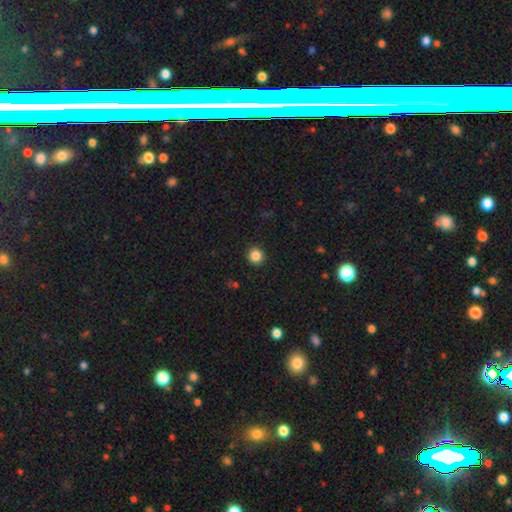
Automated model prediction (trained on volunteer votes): Morphology: type=smooth (86%); roundness=round (93%); merging=none (92%).